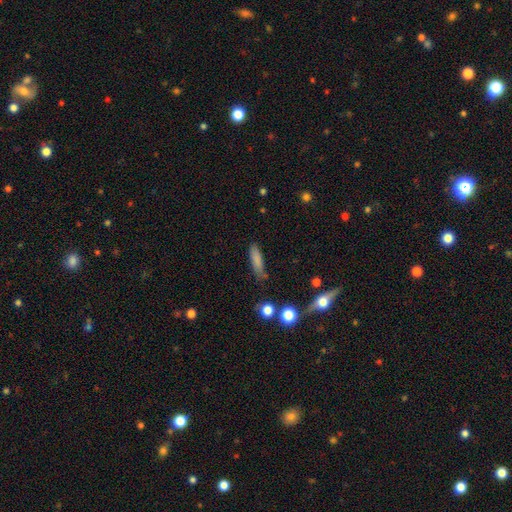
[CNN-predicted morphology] type=smooth (74%); roundness=cigar-shaped (72%); merging=none (73%).